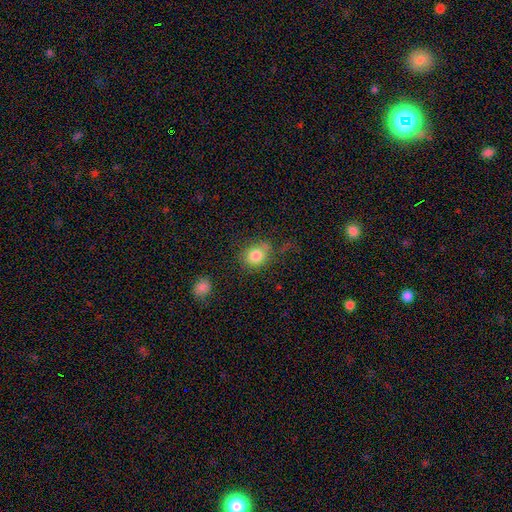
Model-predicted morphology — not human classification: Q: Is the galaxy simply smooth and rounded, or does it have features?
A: smooth — 82%.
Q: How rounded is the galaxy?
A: round — 67%.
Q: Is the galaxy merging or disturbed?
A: none — 64%.